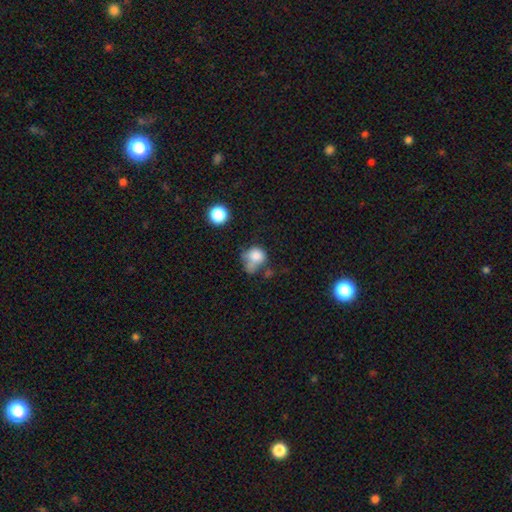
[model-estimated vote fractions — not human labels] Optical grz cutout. It shows a smooth galaxy with no disk features (75%) that is round (65%). Merging: none (29%).